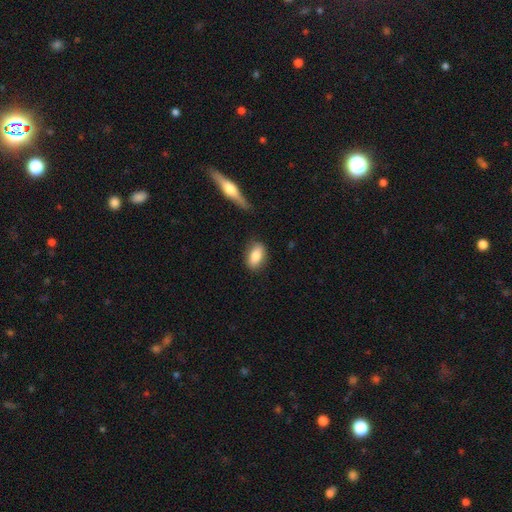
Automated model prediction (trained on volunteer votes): This is clearly a smooth galaxy (83%). How rounded: clearly in between (87%). Merging: likely none (80%).